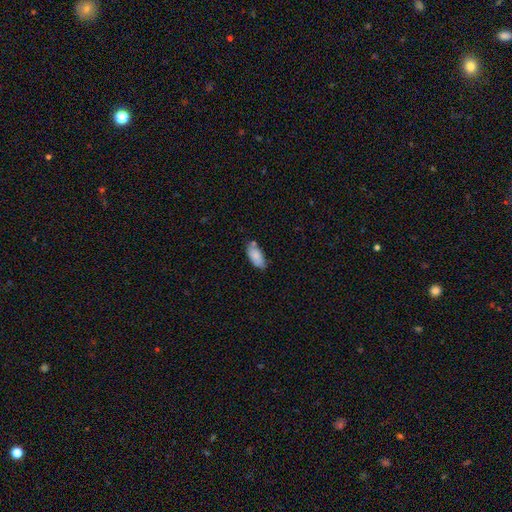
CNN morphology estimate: A smooth galaxy with no disk features (85%) that is in between round and cigar-shaped (88%).

Vote fractions:
- Smooth or featured? smooth: 85% / featured or disk: 9% / star or artifact: 6%
- How rounded? in between: 88% / cigar-shaped: 10% / round: 2%
- Merging? none: 68% / minor disturbance: 20% / merger: 9% / major disturbance: 3%